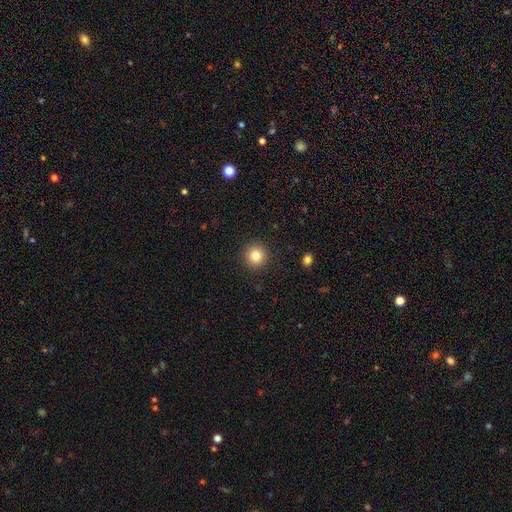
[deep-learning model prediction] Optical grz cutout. It shows a smooth galaxy with no disk features (82%) that is round (93%). Merging: none (92%).